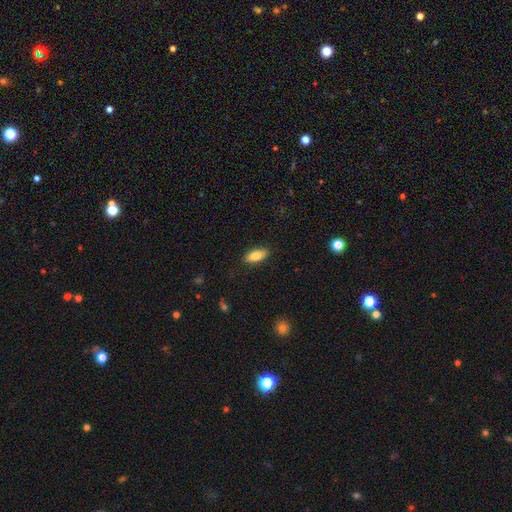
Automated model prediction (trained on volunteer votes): This is clearly a smooth galaxy (82%). How rounded: clearly in between (85%). Merging: clearly none (87%).